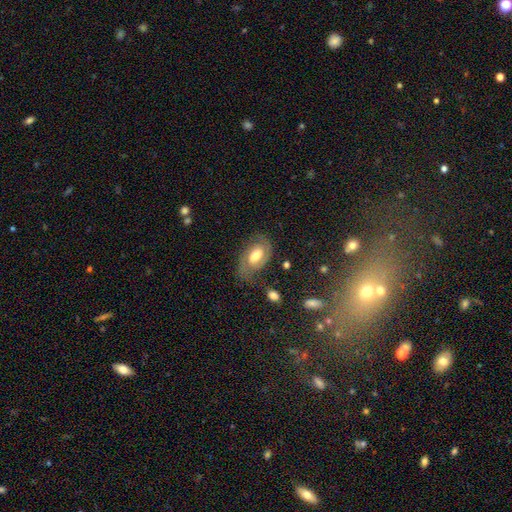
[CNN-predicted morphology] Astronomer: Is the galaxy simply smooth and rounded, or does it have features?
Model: featured or disk — 65%.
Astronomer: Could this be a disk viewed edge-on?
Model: no — 95%.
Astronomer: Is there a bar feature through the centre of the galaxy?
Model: no — 46% (runner-up: weak, 41%).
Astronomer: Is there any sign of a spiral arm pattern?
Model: yes — 83%.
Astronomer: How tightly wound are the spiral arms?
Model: tight — 44% (runner-up: medium, 42%).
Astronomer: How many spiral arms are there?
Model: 2 — 77%.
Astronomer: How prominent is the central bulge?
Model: moderate — 63%.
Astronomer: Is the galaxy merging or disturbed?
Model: none — 64%.